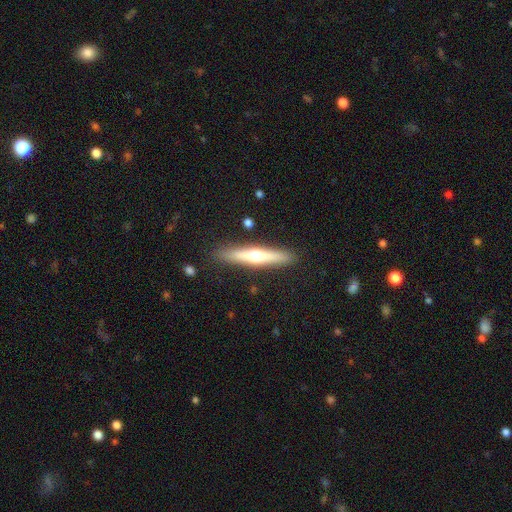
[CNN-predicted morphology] featured or disk 51%, smooth 43%, star or artifact 6%. Down the decision tree: edge-on disk — yes (93%); merging — none (89%).